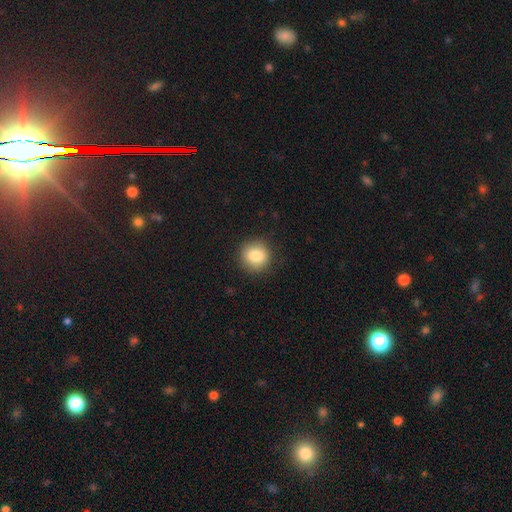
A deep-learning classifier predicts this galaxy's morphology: smooth-or-featured: smooth: 84% | star or artifact: 9% | featured or disk: 7%
  how-rounded: round: 89% | in between: 10% | cigar-shaped: 1%
  merging: none: 88% | minor disturbance: 9% | major disturbance: 3% | merger: 1%